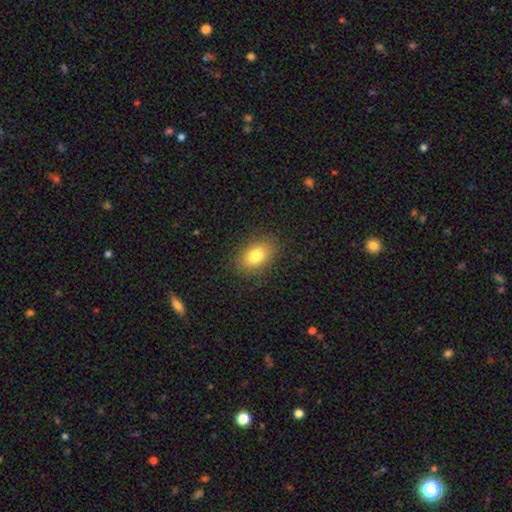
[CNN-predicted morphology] This appears to be a smooth galaxy with no disk features (80%) that is in between round and cigar-shaped (85%). Merging: none (86%).